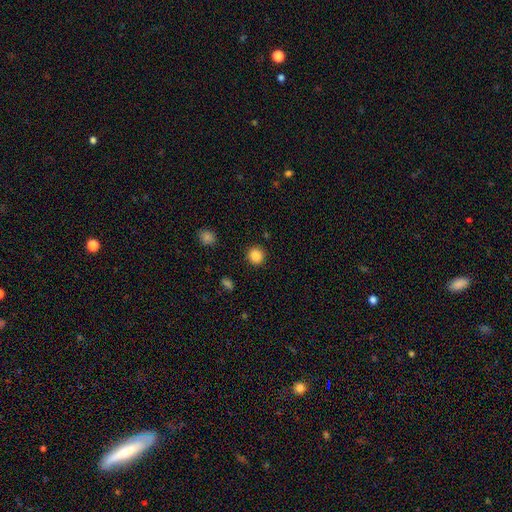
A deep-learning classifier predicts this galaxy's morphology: Smooth or featured?
  - smooth: 87% *
  - star or artifact: 10%
  - featured or disk: 3%
How rounded?
  - round: 91% *
  - in between: 8%
  - cigar-shaped: 1%
Merging?
  - none: 91% *
  - minor disturbance: 6%
  - major disturbance: 2%
  - merger: 1%